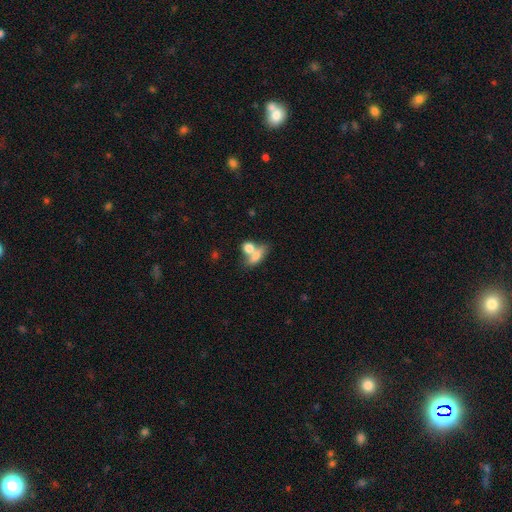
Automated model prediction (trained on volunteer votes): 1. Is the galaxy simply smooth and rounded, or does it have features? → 72% smooth, 19% featured or disk, 9% star or artifact.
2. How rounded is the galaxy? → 65% in between, 22% round, 14% cigar-shaped.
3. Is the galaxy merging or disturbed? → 55% merger, 29% none, 10% minor disturbance, 7% major disturbance.